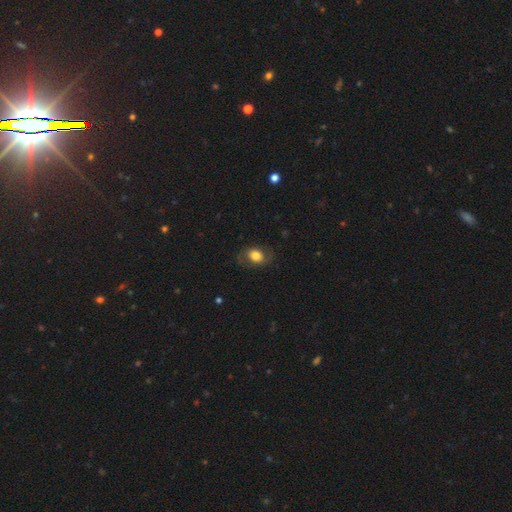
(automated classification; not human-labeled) Smooth or featured: smooth — 66% (featured or disk — 26%)
How rounded: in between — 65% (round — 34%)
Merging: none — 73% (minor disturbance — 17%)